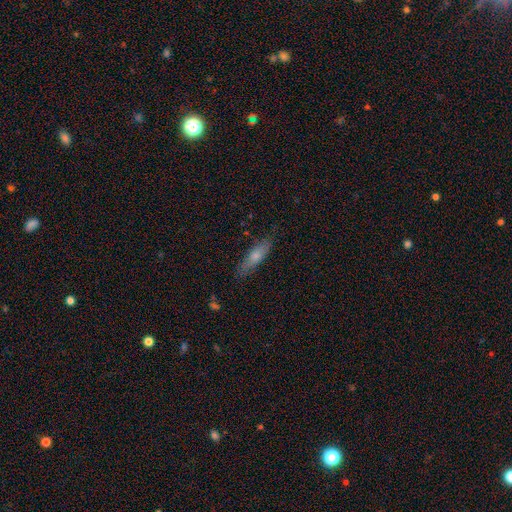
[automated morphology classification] Smooth or featured?
  - smooth: 65% *
  - featured or disk: 28%
  - star or artifact: 6%
How rounded?
  - cigar-shaped: 64% *
  - in between: 34%
  - round: 2%
Merging?
  - none: 81% *
  - minor disturbance: 15%
  - major disturbance: 3%
  - merger: 1%